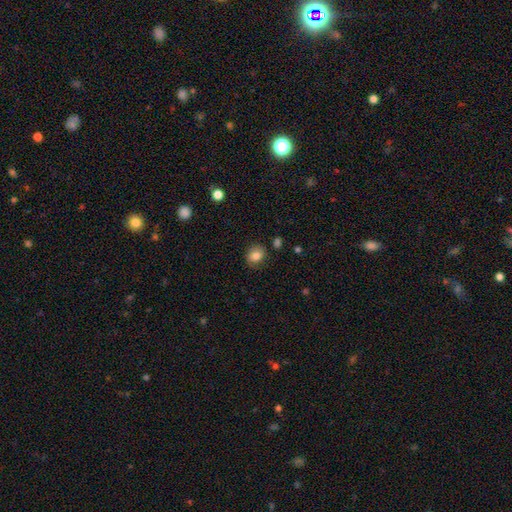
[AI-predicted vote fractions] Smooth or featured? smooth (82%)
How rounded? round (57%)
Merging? none (81%)